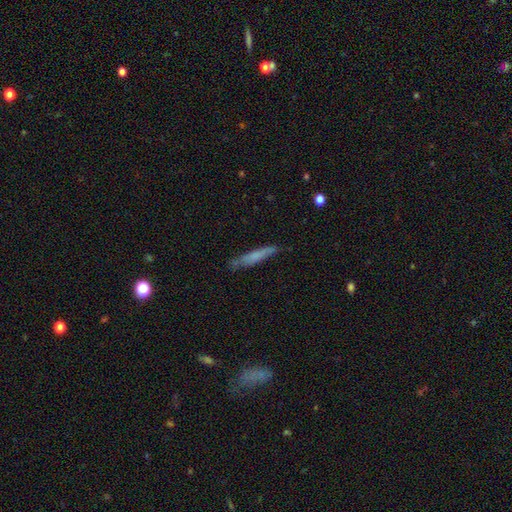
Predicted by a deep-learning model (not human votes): This is possibly a smooth galaxy (59%). How rounded: clearly cigar-shaped (92%). Merging: likely none (76%).